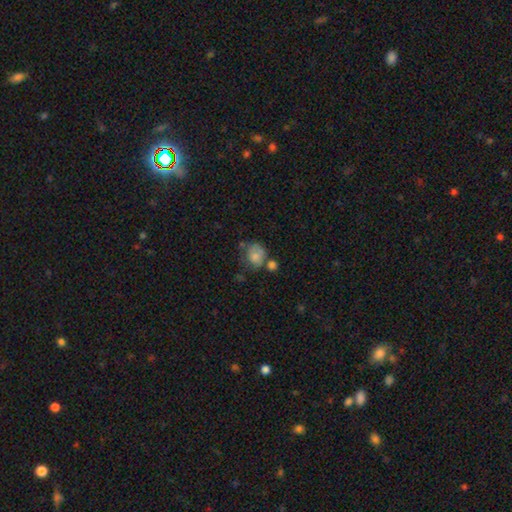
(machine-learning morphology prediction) Q: Smooth or featured?
A: smooth (72%); runner-up: featured or disk (19%)
Q: How rounded?
A: round (61%); runner-up: in between (38%)
Q: Merging?
A: none (38%); runner-up: merger (26%)